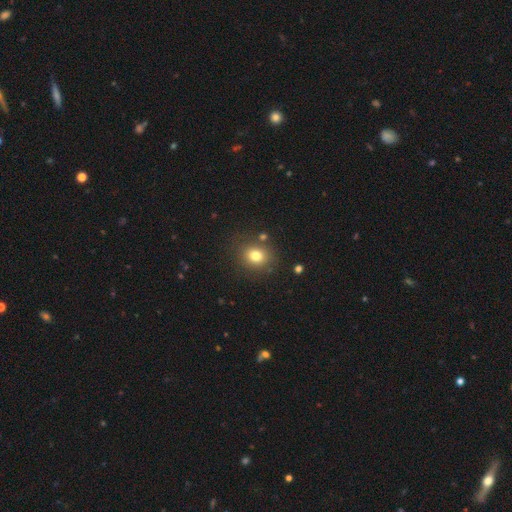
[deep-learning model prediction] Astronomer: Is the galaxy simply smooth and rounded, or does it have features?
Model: smooth — 78%.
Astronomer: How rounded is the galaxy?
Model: round — 71%.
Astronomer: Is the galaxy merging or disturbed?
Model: none — 82%.